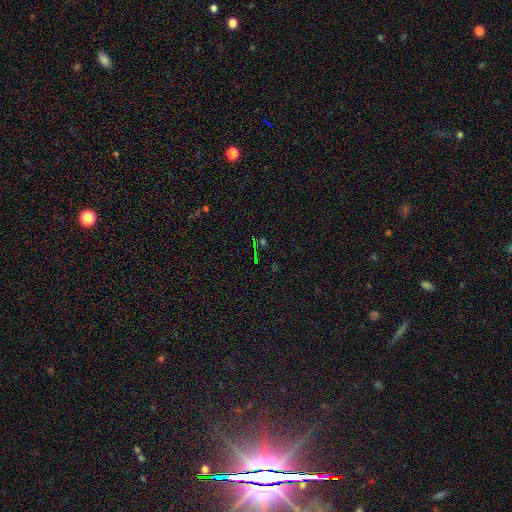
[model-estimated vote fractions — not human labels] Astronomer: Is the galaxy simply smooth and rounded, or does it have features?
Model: star or artifact — 73%.